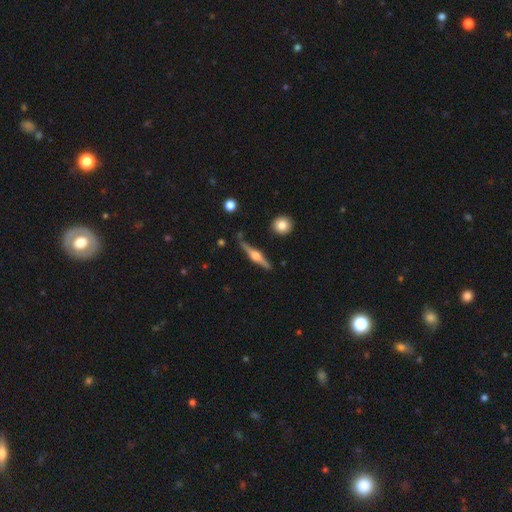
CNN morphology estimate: The model was most divided on "smooth or featured": featured or disk: 77%, smooth: 17%, star or artifact: 5%. More confident: edge-on disk — yes (98%); edge-on bulge — rounded (91%); merging — none (85%).